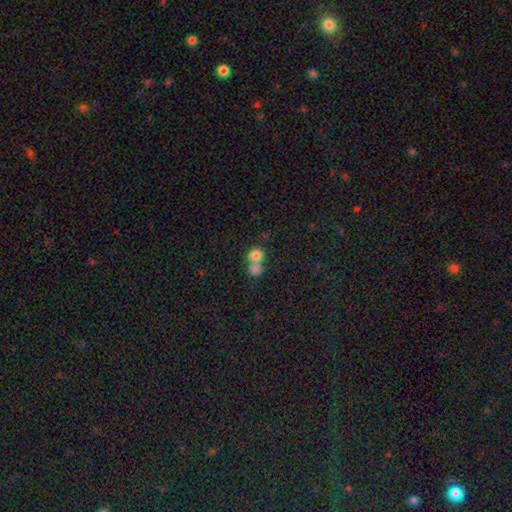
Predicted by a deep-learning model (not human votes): The model was most divided on "merging": merger: 56%, none: 35%, minor disturbance: 6%, major disturbance: 3%. More confident: how rounded — round (84%); smooth or featured — smooth (80%).